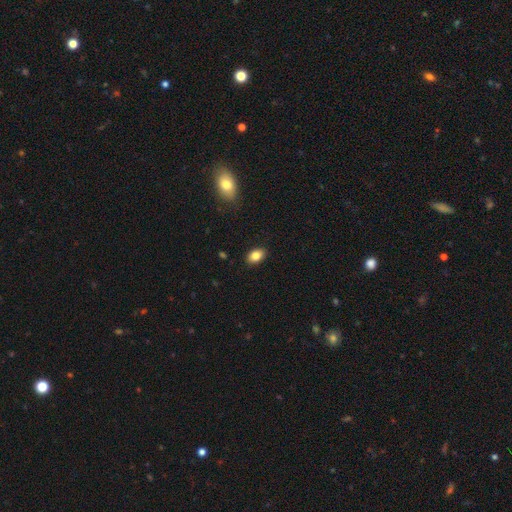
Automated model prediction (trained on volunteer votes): Smooth or featured?
  - smooth: 83% *
  - featured or disk: 9%
  - star or artifact: 8%
How rounded?
  - in between: 86% *
  - round: 13%
  - cigar-shaped: 2%
Merging?
  - none: 88% *
  - minor disturbance: 9%
  - major disturbance: 2%
  - merger: 1%